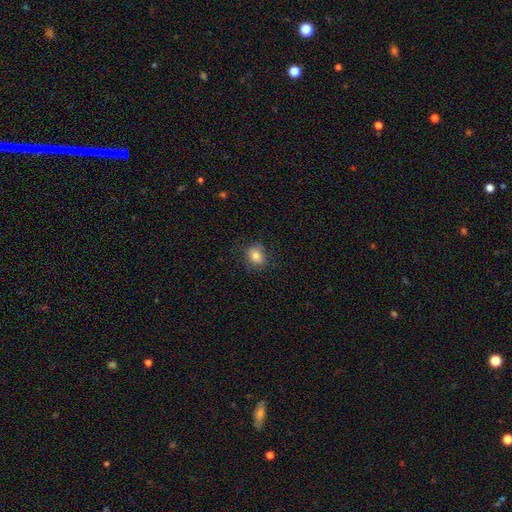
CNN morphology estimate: The model was most divided on "how rounded": round: 52%, in between: 47%, cigar-shaped: 1%. More confident: smooth or featured — smooth (82%); merging — none (80%).